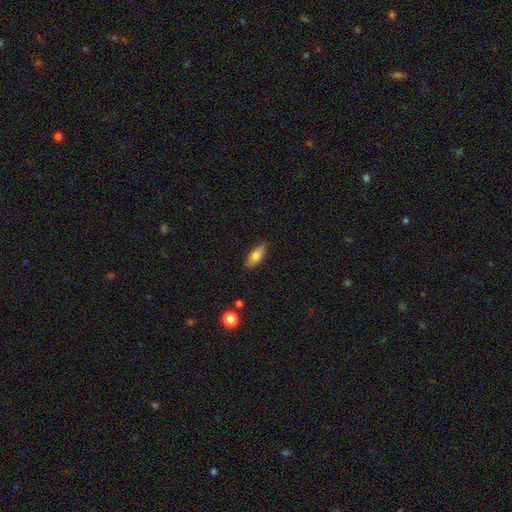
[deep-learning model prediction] A smooth galaxy with no disk features (74%) that is in between round and cigar-shaped (74%).

Vote fractions:
- Smooth or featured? smooth: 74% / featured or disk: 19% / star or artifact: 7%
- How rounded? in between: 74% / cigar-shaped: 24% / round: 3%
- Merging? none: 86% / minor disturbance: 11% / major disturbance: 2% / merger: 1%